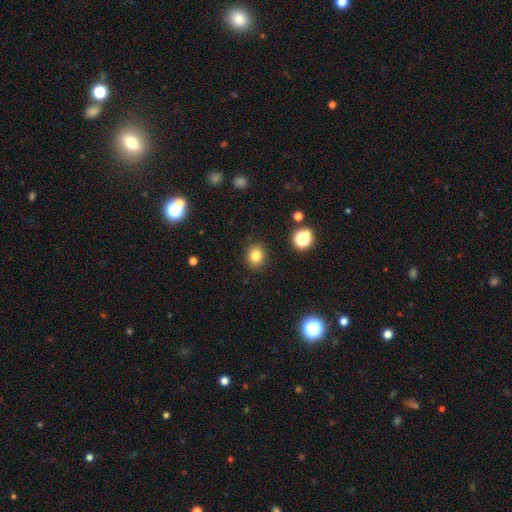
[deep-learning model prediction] The model was most divided on "how rounded": round: 69%, in between: 30%, cigar-shaped: 1%. More confident: merging — none (89%); smooth or featured — smooth (81%).